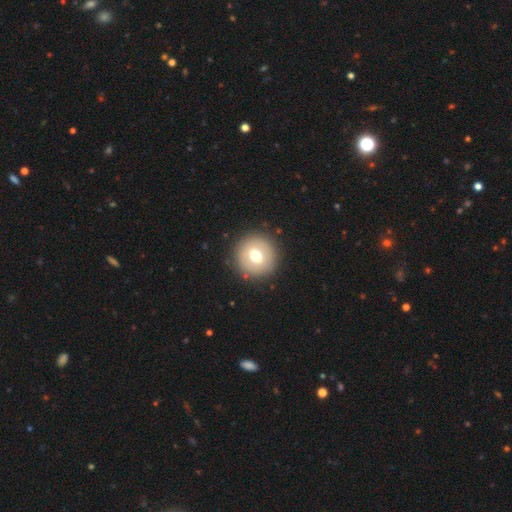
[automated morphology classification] Smooth or featured: smooth — 68% (featured or disk — 22%)
How rounded: round — 94% (in between — 5%)
Merging: none — 90% (minor disturbance — 6%)